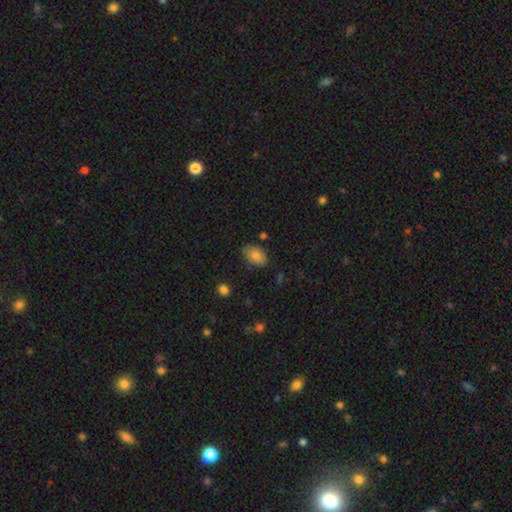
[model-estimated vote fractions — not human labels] A smooth galaxy with no disk features (80%) that is in between round and cigar-shaped (88%). Merging: none (77%).